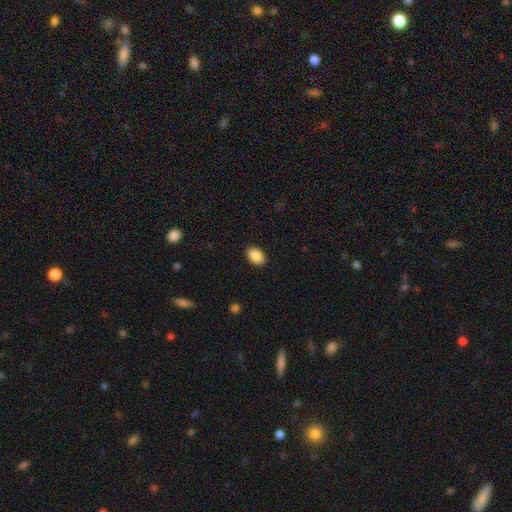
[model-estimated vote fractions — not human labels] Smooth or featured?
  - smooth: 89% *
  - star or artifact: 7%
  - featured or disk: 4%
How rounded?
  - in between: 81% *
  - round: 18%
  - cigar-shaped: 1%
Merging?
  - none: 89% *
  - minor disturbance: 8%
  - major disturbance: 2%
  - merger: 1%